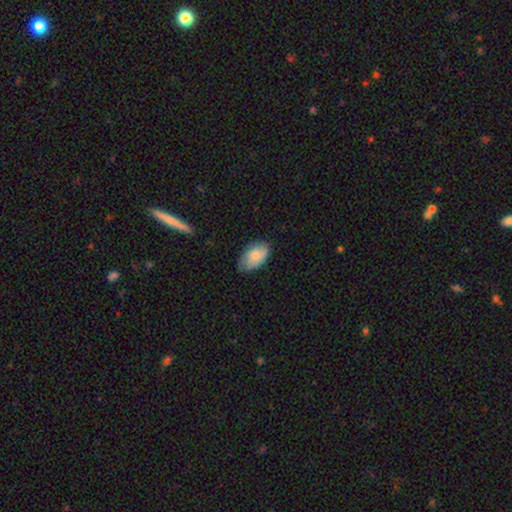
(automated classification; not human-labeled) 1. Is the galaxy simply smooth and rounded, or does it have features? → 80% smooth, 14% featured or disk, 6% star or artifact.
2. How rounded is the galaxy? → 94% in between, 5% round, 2% cigar-shaped.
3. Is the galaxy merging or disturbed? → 70% none, 25% minor disturbance, 4% major disturbance, 1% merger.